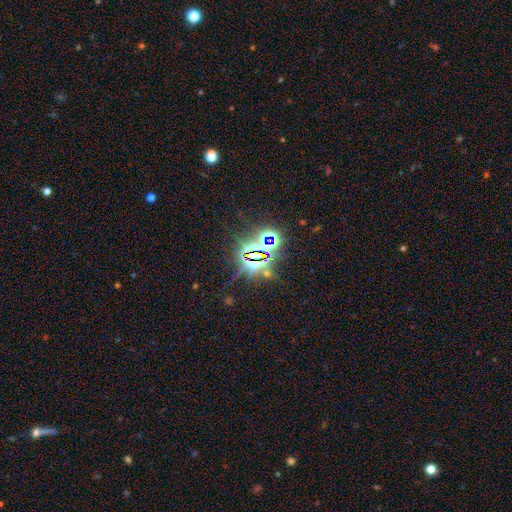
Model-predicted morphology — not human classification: Q: Smooth or featured?
A: star or artifact (81%); runner-up: smooth (10%)